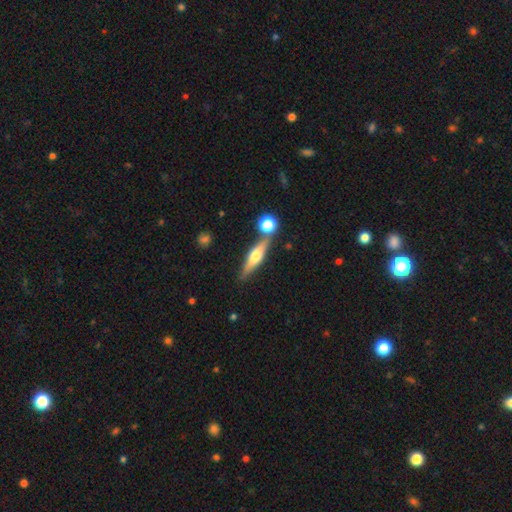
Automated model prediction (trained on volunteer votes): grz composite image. It shows a featured or disk galaxy (59%) viewed edge-on (94%) with a rounded central bulge (91%). Merging: none (76%).